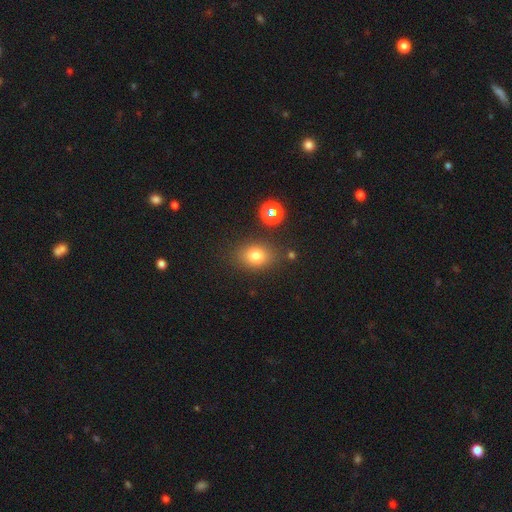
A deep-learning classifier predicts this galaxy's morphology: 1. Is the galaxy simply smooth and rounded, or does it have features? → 78% smooth, 13% star or artifact, 9% featured or disk.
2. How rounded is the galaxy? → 60% in between, 38% round, 1% cigar-shaped.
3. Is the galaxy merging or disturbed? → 80% none, 12% minor disturbance, 4% major disturbance, 4% merger.